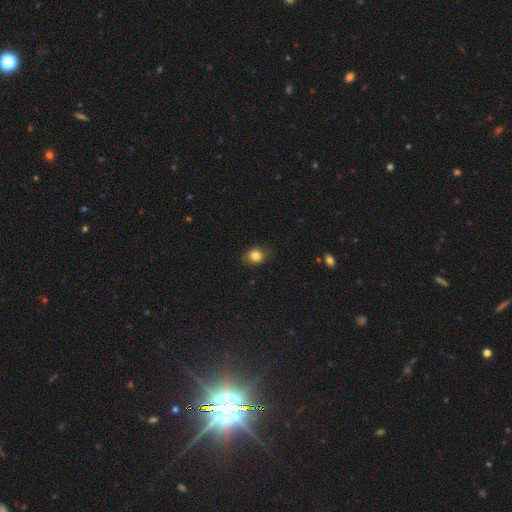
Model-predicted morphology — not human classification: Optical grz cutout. It shows a smooth galaxy with no disk features (83%) that is round (50%). Merging: none (78%).